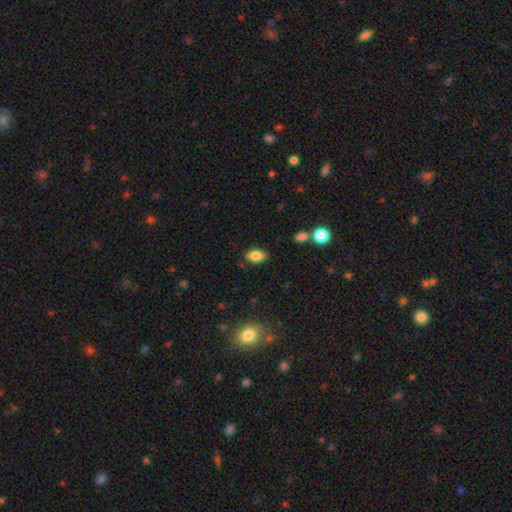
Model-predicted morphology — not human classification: A smooth galaxy with no disk features (84%) that is in between round and cigar-shaped (90%). Merging: none (85%).